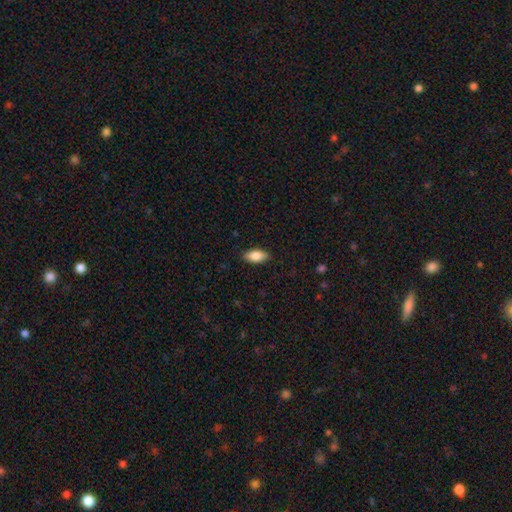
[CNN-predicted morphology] The model was most divided on "merging": none: 87%, minor disturbance: 9%, major disturbance: 2%, merger: 1%. More confident: how rounded — in between (90%); smooth or featured — smooth (86%).